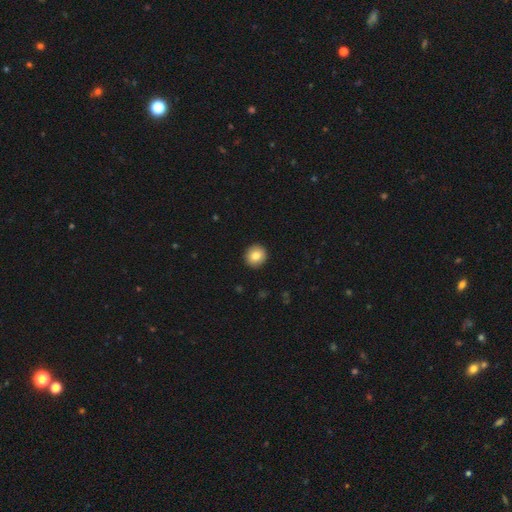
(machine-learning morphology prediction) Smooth or featured?
  - smooth: 82% *
  - featured or disk: 10%
  - star or artifact: 9%
How rounded?
  - round: 92% *
  - in between: 7%
  - cigar-shaped: 1%
Merging?
  - none: 93% *
  - minor disturbance: 5%
  - major disturbance: 1%
  - merger: 1%